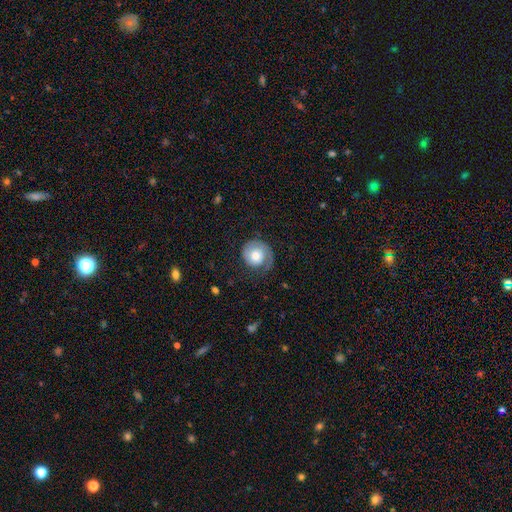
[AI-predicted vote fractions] smooth-or-featured: featured or disk: 57% | smooth: 37% | star or artifact: 6%
  disk-edge-on: no: 98% | yes: 2%
    bar: no: 81% | weak: 16% | strong: 2%
    has-spiral-arms: yes: 87% | no: 13%
    bulge-size: moderate: 61% | small: 19% | large: 16% | dominant: 2% | none: 2%
  merging: none: 60% | minor disturbance: 20% | major disturbance: 18% | merger: 2%